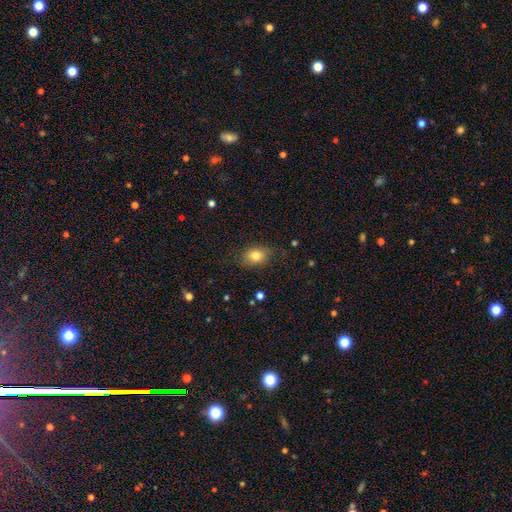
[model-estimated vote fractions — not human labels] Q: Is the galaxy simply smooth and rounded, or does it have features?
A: smooth — 81%.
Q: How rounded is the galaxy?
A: in between — 65%.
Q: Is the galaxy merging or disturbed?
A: none — 78%.